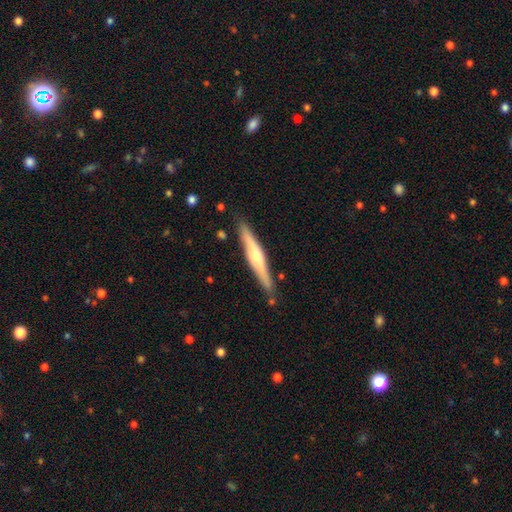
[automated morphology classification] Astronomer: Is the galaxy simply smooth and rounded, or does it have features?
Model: featured or disk — 60%.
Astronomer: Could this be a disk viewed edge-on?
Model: yes — 96%.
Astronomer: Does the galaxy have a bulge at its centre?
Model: rounded — 81%.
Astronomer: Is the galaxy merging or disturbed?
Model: none — 85%.